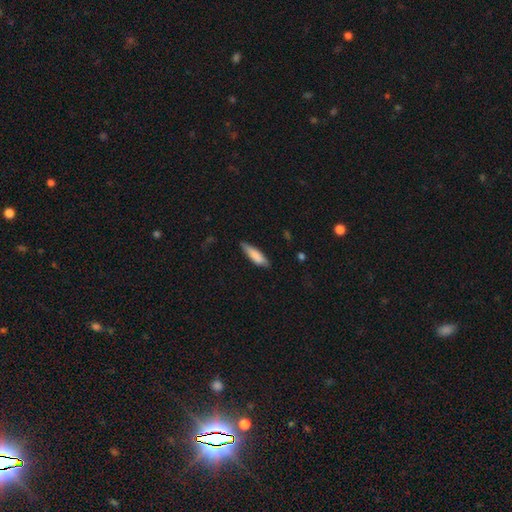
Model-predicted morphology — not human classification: Overall: smooth (81%). How rounded: cigar-shaped (62%; in between 36%). Merging: none (71%).